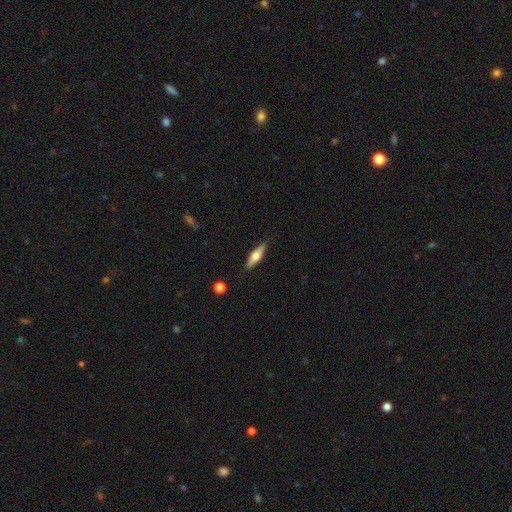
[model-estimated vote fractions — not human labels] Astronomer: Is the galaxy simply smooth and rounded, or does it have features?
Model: smooth — 48% (runner-up: featured or disk, 46%).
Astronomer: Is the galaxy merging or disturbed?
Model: none — 86%.